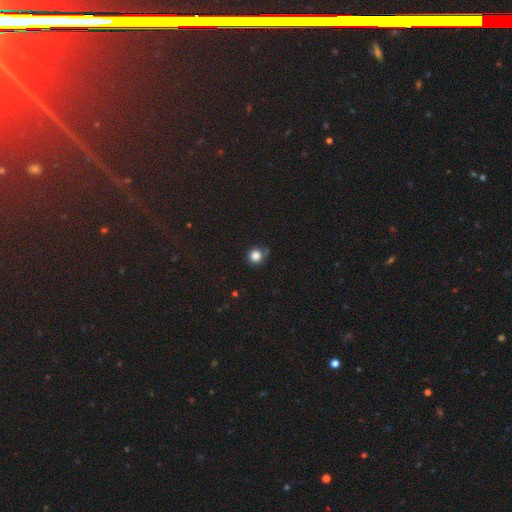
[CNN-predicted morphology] Smooth or featured? smooth (83%)
How rounded? round (92%)
Merging? none (72%)